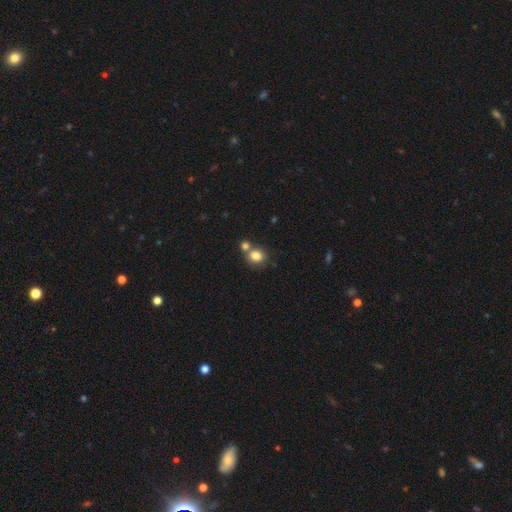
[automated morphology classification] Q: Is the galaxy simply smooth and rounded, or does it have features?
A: smooth — 82%.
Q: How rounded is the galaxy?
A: round — 67%.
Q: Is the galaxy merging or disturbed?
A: none — 52%.